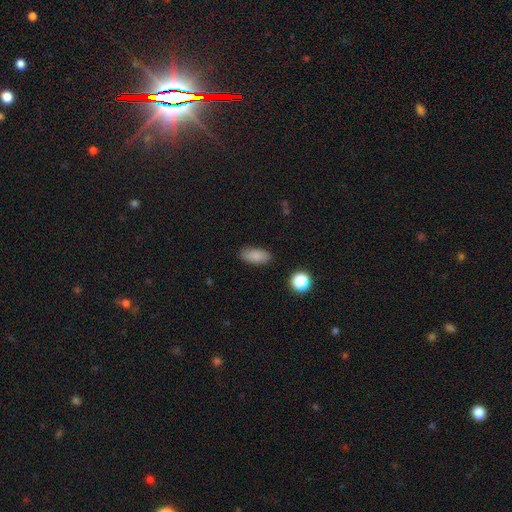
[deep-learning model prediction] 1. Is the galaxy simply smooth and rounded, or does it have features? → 86% smooth, 9% star or artifact, 5% featured or disk.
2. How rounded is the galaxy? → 88% in between, 8% cigar-shaped, 4% round.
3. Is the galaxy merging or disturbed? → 86% none, 10% minor disturbance, 3% major disturbance, 2% merger.